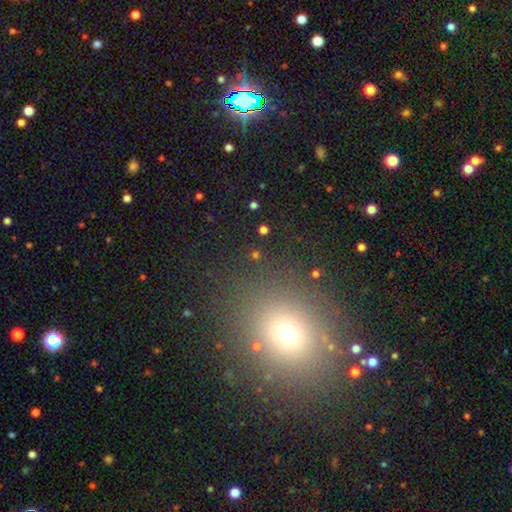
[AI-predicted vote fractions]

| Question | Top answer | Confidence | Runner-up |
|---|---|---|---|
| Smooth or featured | smooth | 53% | star or artifact (36%) |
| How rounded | round | 74% | in between (24%) |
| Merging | none | 83% | minor disturbance (8%) |